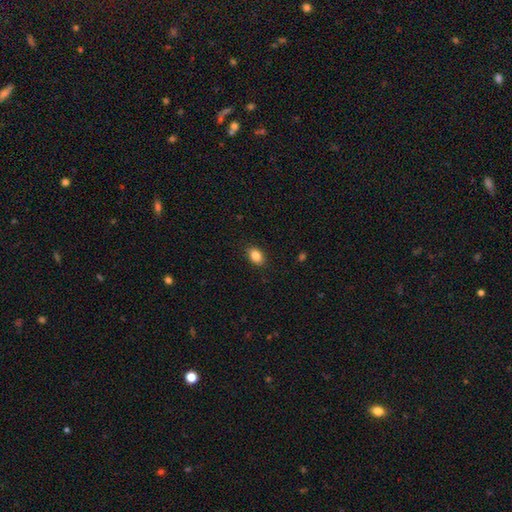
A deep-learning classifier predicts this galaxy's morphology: smooth-or-featured: smooth: 87% | star or artifact: 9% | featured or disk: 5%
  how-rounded: in between: 83% | round: 16% | cigar-shaped: 1%
  merging: none: 88% | minor disturbance: 9% | major disturbance: 2% | merger: 1%